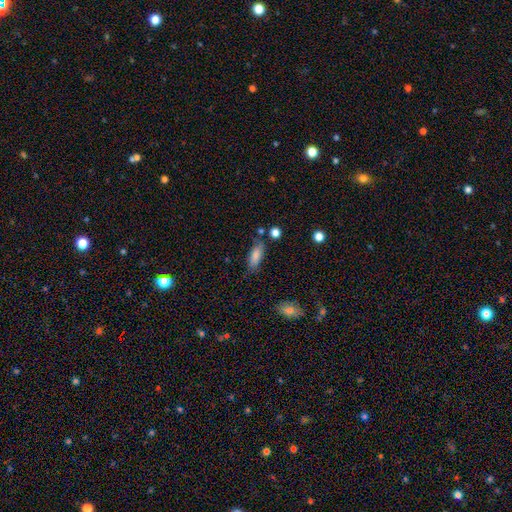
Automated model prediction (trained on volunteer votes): Smooth or featured?
  - smooth: 82% *
  - featured or disk: 10%
  - star or artifact: 7%
How rounded?
  - in between: 71% *
  - cigar-shaped: 26%
  - round: 3%
Merging?
  - none: 71% *
  - minor disturbance: 18%
  - merger: 7%
  - major disturbance: 4%